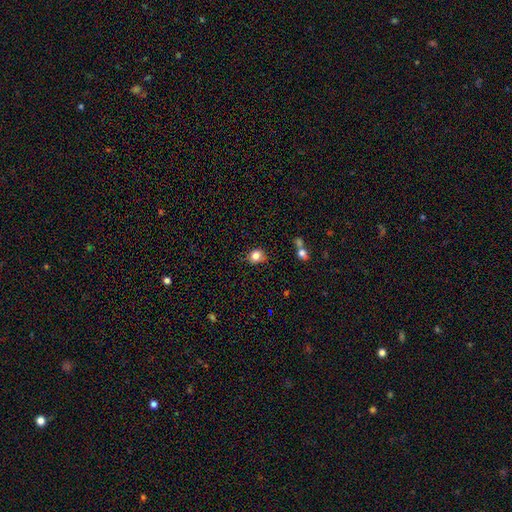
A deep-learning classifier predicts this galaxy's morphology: A smooth galaxy with no disk features (83%) that is round (74%).

Vote fractions:
- Smooth or featured? smooth: 83% / star or artifact: 11% / featured or disk: 7%
- How rounded? round: 74% / in between: 25% / cigar-shaped: 1%
- Merging? none: 79% / minor disturbance: 14% / merger: 3% / major disturbance: 3%